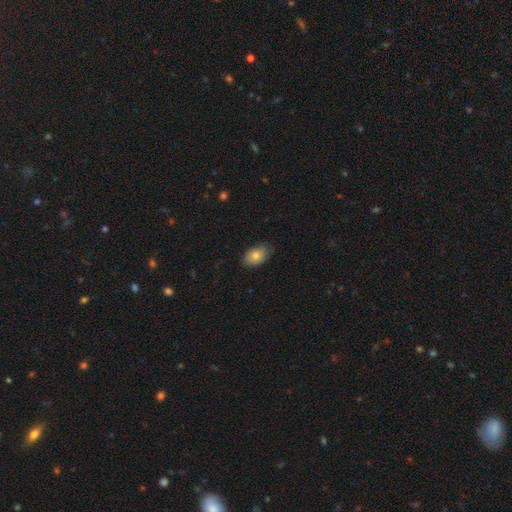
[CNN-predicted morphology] smooth 79%, featured or disk 14%, star or artifact 8%. Down the decision tree: how rounded — in between (87%); merging — none (77%).